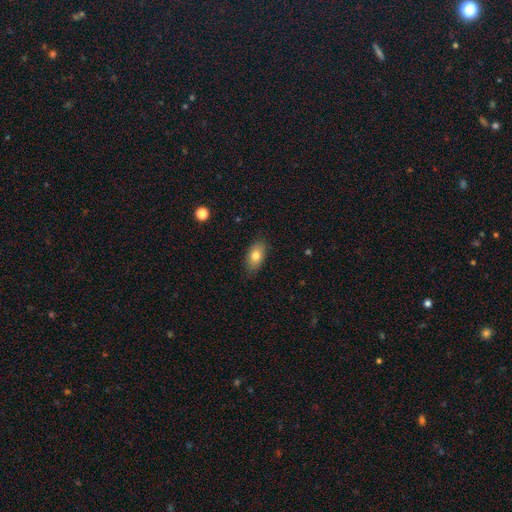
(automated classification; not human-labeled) This appears to be a smooth galaxy with no disk features (78%) that is in between round and cigar-shaped (89%). Merging: none (82%).